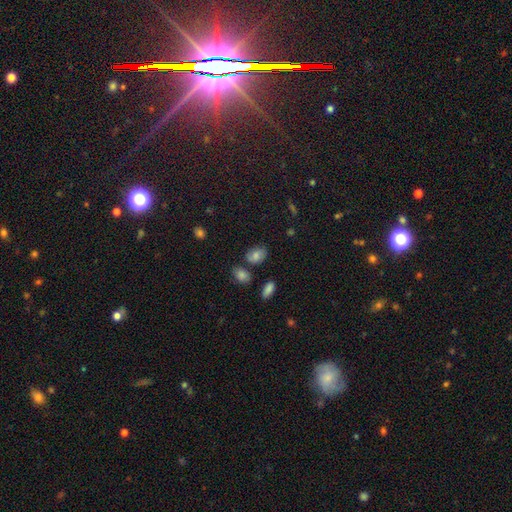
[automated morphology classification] Q: Smooth or featured?
A: smooth (72%); runner-up: featured or disk (15%)
Q: How rounded?
A: in between (70%); runner-up: round (29%)
Q: Merging?
A: none (70%); runner-up: minor disturbance (17%)